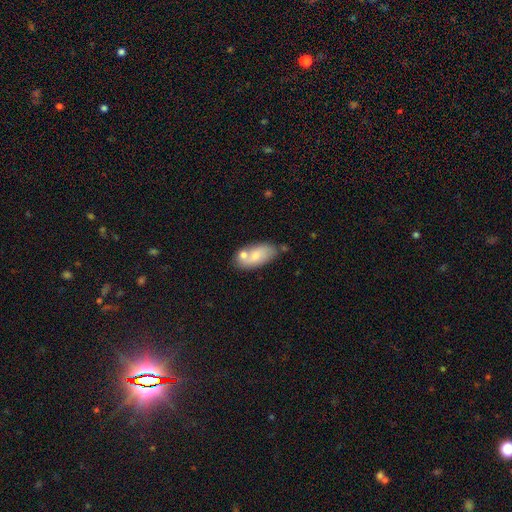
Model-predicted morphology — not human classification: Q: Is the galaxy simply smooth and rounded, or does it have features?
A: smooth — 67%.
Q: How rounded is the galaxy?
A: in between — 90%.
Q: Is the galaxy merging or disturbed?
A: none — 54%.